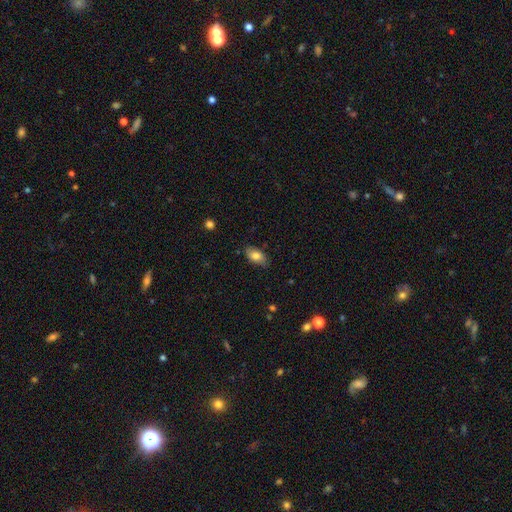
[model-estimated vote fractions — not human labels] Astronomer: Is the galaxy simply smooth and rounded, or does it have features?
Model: smooth — 79%.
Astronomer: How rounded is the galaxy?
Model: in between — 91%.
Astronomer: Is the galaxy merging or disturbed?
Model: none — 80%.